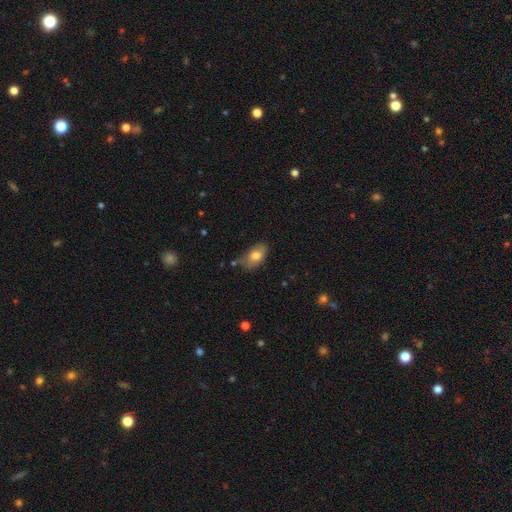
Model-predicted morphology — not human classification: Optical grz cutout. It shows a smooth galaxy with no disk features (77%) that is in between round and cigar-shaped (89%). Merging: none (62%).